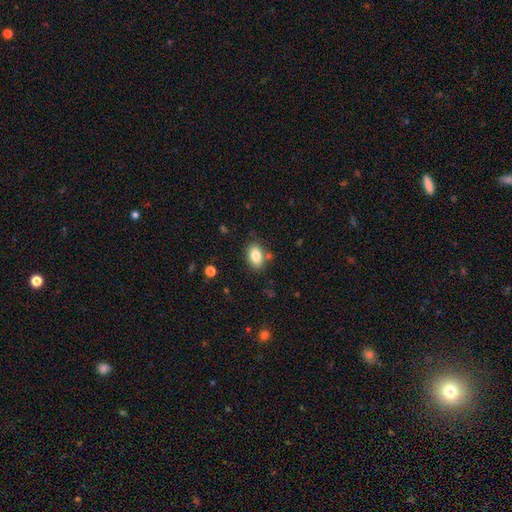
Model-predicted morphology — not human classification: Smooth or featured? smooth (84%)
How rounded? in between (88%)
Merging? none (81%)